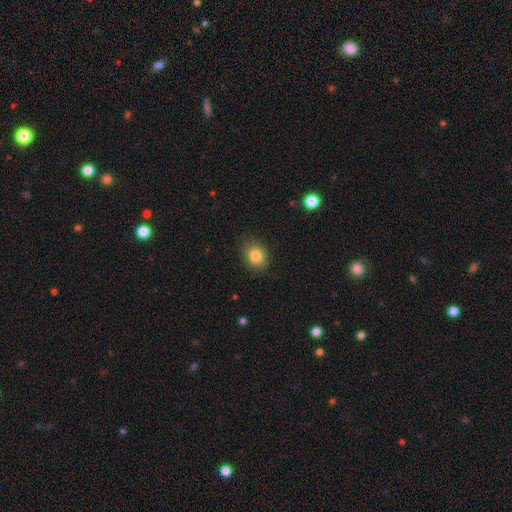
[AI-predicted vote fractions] Smooth or featured: smooth — 84% (star or artifact — 10%)
How rounded: round — 59% (in between — 40%)
Merging: none — 84% (minor disturbance — 12%)